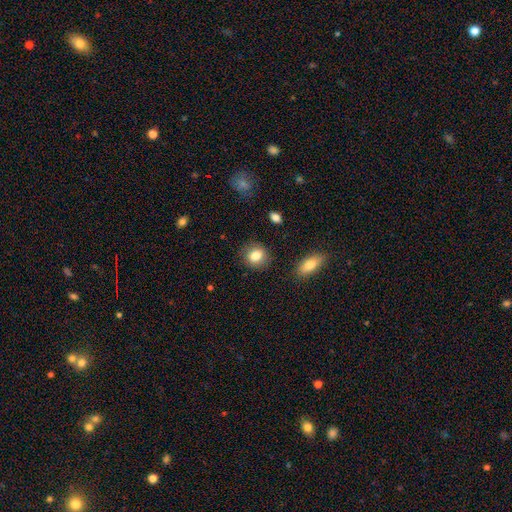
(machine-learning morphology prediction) smooth 84%, star or artifact 9%, featured or disk 8%. Down the decision tree: how rounded — round (76%); merging — none (85%).